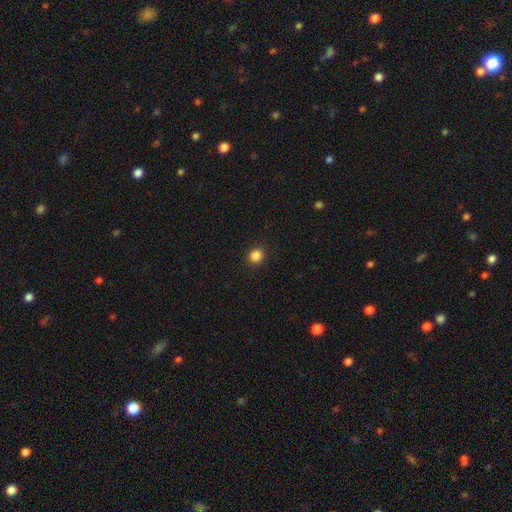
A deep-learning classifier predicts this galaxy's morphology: Q: Smooth or featured?
A: smooth (85%); runner-up: star or artifact (12%)
Q: How rounded?
A: round (88%); runner-up: in between (11%)
Q: Merging?
A: none (92%); runner-up: minor disturbance (5%)